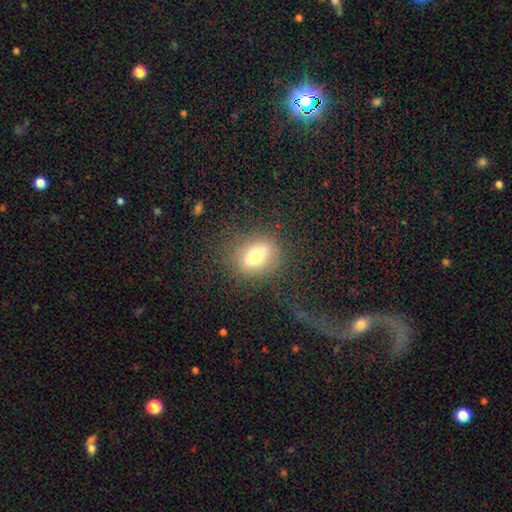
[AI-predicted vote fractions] Smooth or featured: featured or disk — 45% (smooth — 44%)
Merging: none — 73% (minor disturbance — 12%)